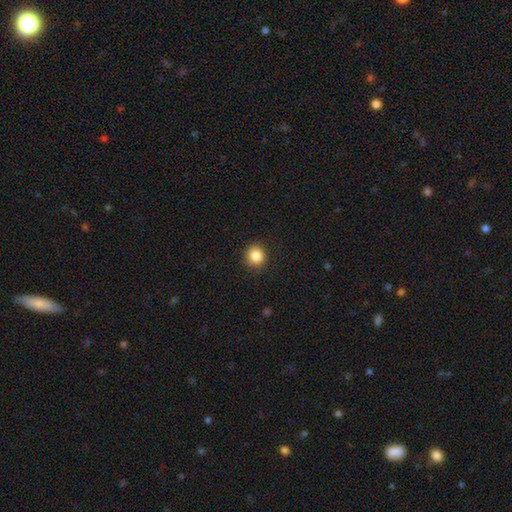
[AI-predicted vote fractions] Q: Smooth or featured?
A: smooth (85%); runner-up: star or artifact (10%)
Q: How rounded?
A: round (89%); runner-up: in between (11%)
Q: Merging?
A: none (91%); runner-up: minor disturbance (6%)